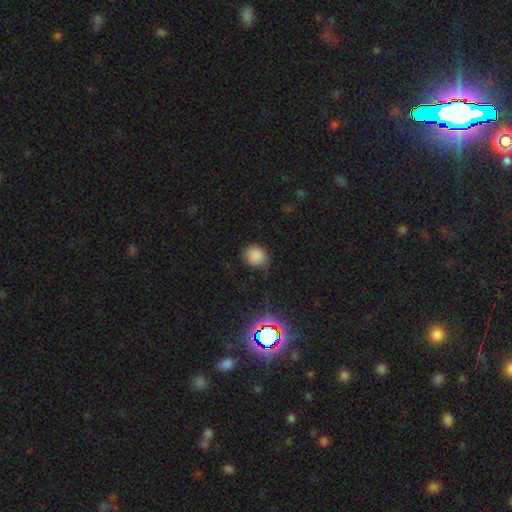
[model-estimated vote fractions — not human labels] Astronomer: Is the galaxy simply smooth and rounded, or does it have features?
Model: smooth — 81%.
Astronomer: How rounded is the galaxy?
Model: round — 81%.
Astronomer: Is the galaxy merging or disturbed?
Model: none — 77%.